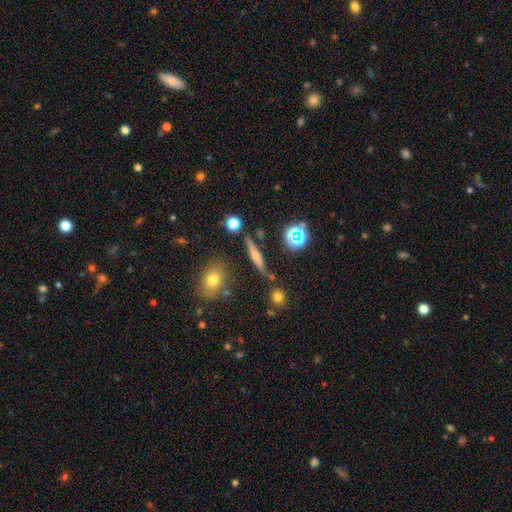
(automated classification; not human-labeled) This is possibly a smooth galaxy (50%). How rounded: clearly cigar-shaped (80%). Merging: clearly none (81%).